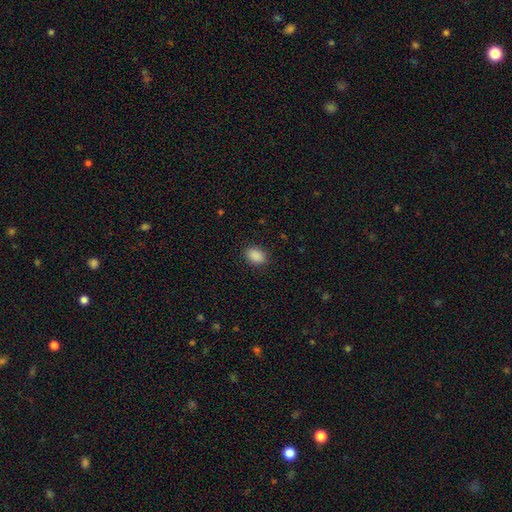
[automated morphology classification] The model was most divided on "how rounded": in between: 82%, round: 17%, cigar-shaped: 1%. More confident: smooth or featured — smooth (90%); merging — none (88%).